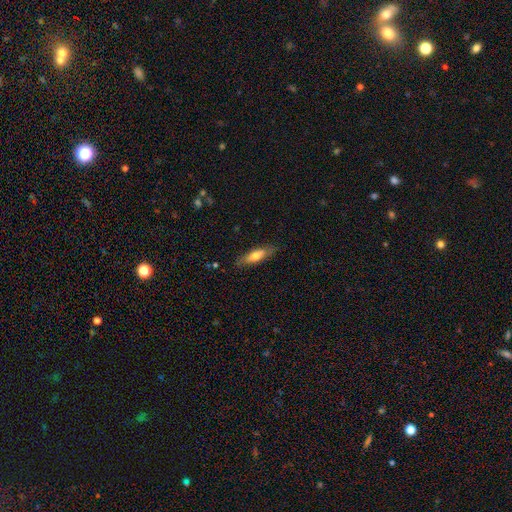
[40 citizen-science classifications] Smooth or featured? smooth (75%)
How rounded? cigar-shaped (60%)
Merging? none (85%)